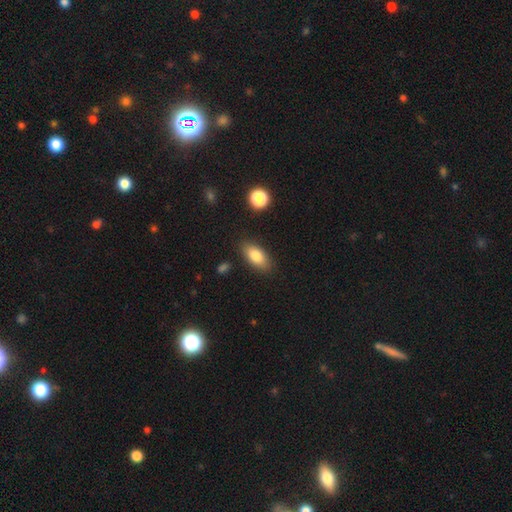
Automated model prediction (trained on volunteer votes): smooth_or_featured: smooth (p=0.82) [alt: featured or disk p=0.10]
how_rounded: in between (p=0.88) [alt: cigar-shaped p=0.08]
merging: none (p=0.85) [alt: minor disturbance p=0.10]